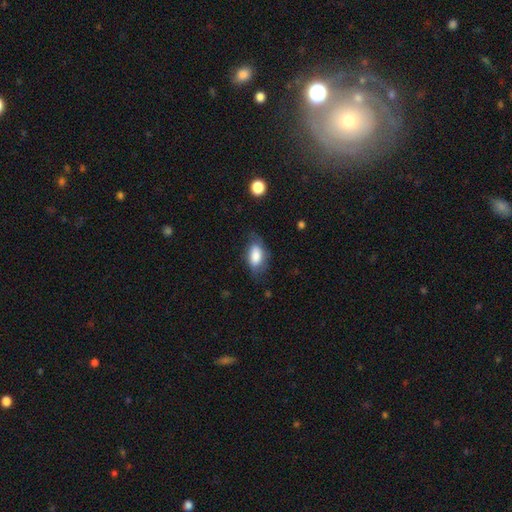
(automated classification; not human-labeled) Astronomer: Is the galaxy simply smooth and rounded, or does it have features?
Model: smooth — 77%.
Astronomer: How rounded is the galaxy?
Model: in between — 91%.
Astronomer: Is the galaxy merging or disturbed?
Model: none — 64%.